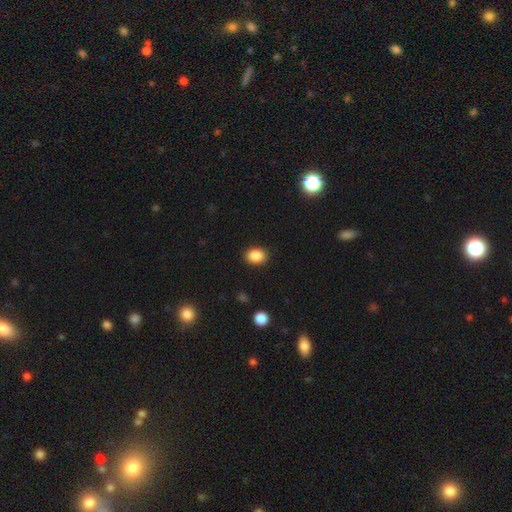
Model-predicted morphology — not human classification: This appears to be a smooth galaxy with no disk features (88%) that is in between round and cigar-shaped (67%). Merging: none (89%).